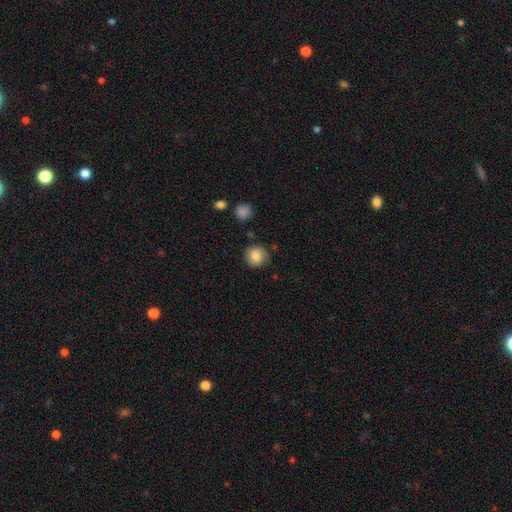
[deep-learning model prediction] Overall: smooth (79%). How rounded: round (87%). Merging: none (79%).